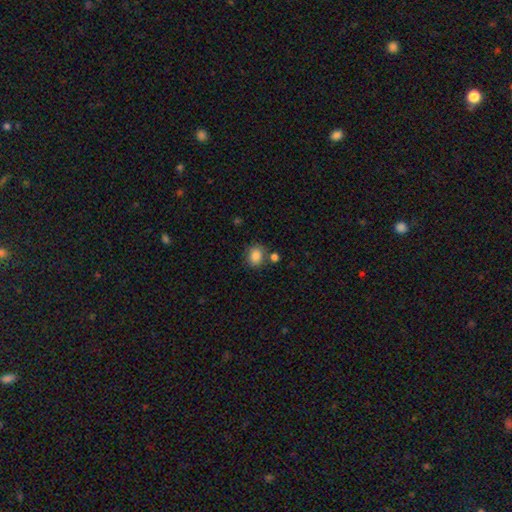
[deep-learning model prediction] smooth-or-featured: smooth: 85% | star or artifact: 9% | featured or disk: 6%
  how-rounded: round: 65% | in between: 34% | cigar-shaped: 1%
  merging: none: 69% | merger: 13% | minor disturbance: 13% | major disturbance: 4%